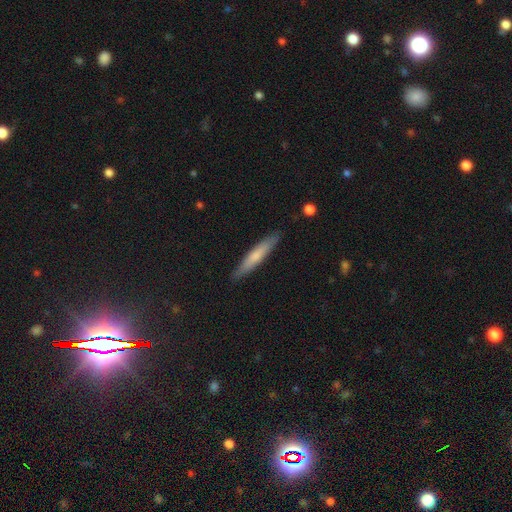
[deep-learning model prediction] Smooth or featured?
  - smooth: 63% *
  - featured or disk: 32%
  - star or artifact: 6%
How rounded?
  - cigar-shaped: 92% *
  - in between: 7%
  - round: 1%
Merging?
  - none: 89% *
  - minor disturbance: 8%
  - major disturbance: 2%
  - merger: 1%